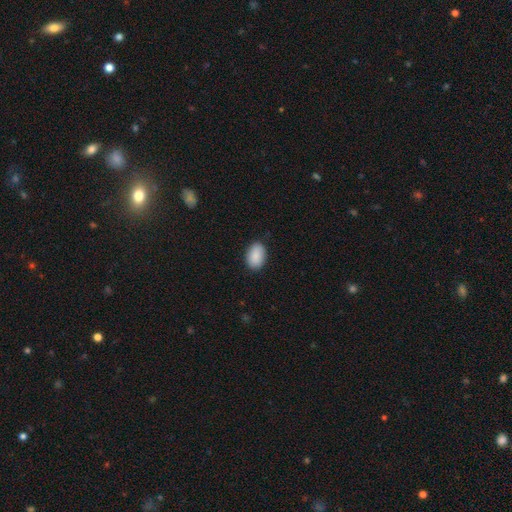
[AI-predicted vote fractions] Overall: smooth (90%). How rounded: in between (88%). Merging: none (87%).